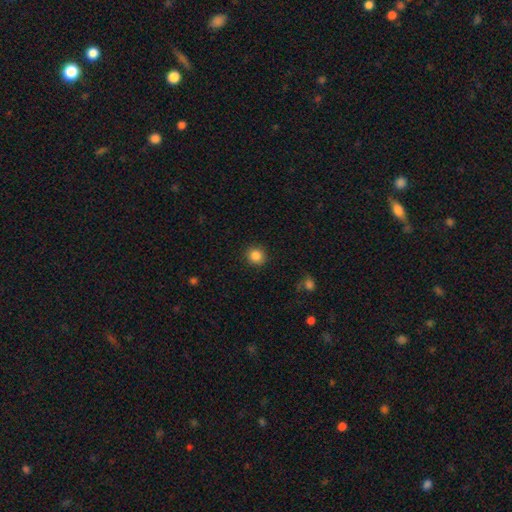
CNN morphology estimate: The model was most divided on "smooth or featured": smooth: 85%, star or artifact: 10%, featured or disk: 4%. More confident: how rounded — round (92%); merging — none (90%).